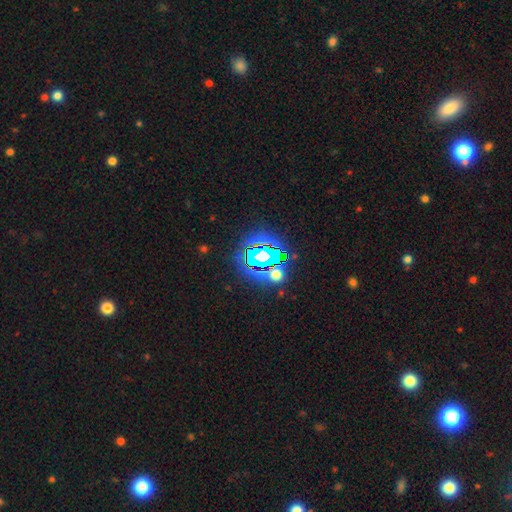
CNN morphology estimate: Smooth or featured: star or artifact — 81% (smooth — 11%)